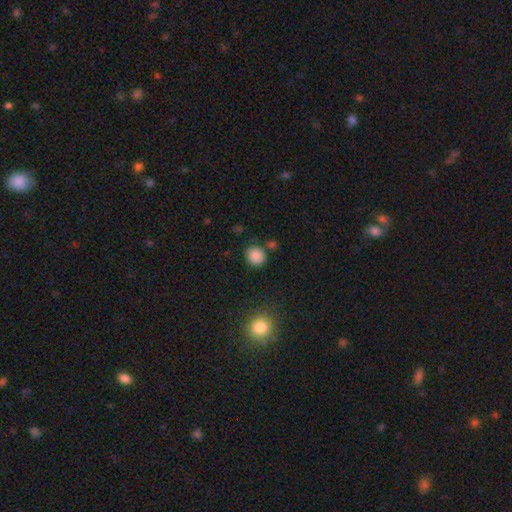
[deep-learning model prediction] A smooth galaxy with no disk features (86%) that is round (88%).

Vote fractions:
- Smooth or featured? smooth: 86% / star or artifact: 11% / featured or disk: 4%
- How rounded? round: 88% / in between: 11% / cigar-shaped: 1%
- Merging? none: 82% / minor disturbance: 9% / merger: 6% / major disturbance: 3%